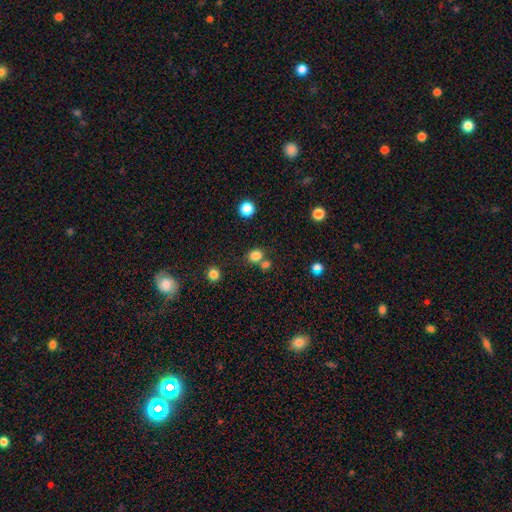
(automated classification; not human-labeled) Smooth or featured?
  - smooth: 80% *
  - star or artifact: 14%
  - featured or disk: 6%
How rounded?
  - round: 65% *
  - in between: 34%
  - cigar-shaped: 1%
Merging?
  - none: 61% *
  - merger: 24%
  - minor disturbance: 10%
  - major disturbance: 4%